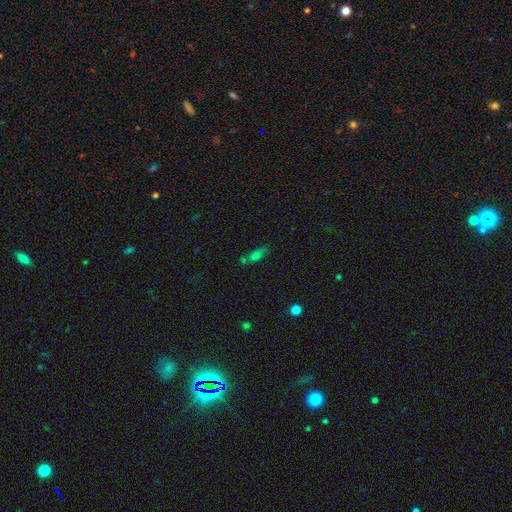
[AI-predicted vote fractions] Overall: smooth (65%). How rounded: in between (63%; cigar-shaped 30%). Merging: none (52%; merger 21%).